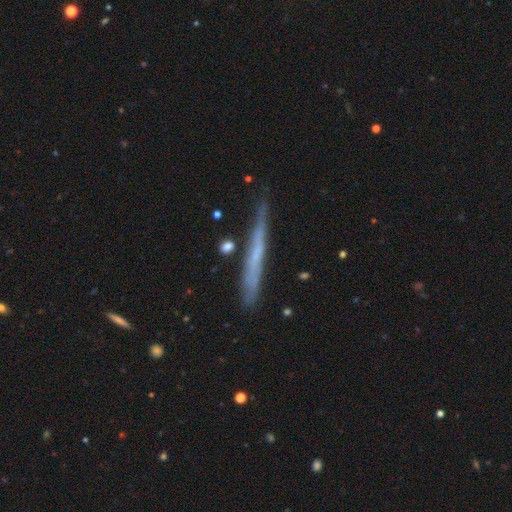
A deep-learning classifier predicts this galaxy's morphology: Smooth or featured? featured or disk (49%)
Merging? none (80%)